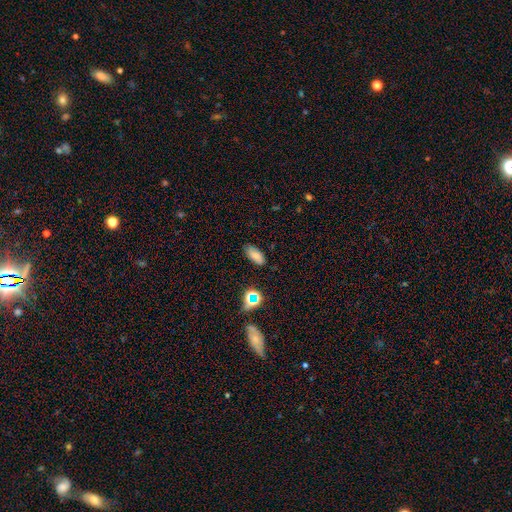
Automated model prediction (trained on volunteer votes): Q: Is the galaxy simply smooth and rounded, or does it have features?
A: smooth — 78%.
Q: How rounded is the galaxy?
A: in between — 87%.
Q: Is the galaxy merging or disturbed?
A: none — 81%.